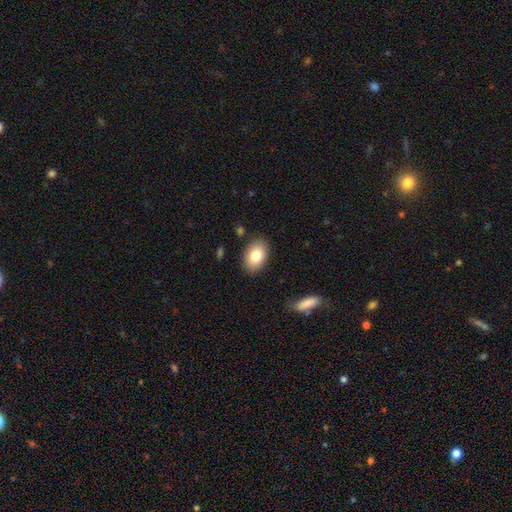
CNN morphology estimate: This appears to be a smooth galaxy with no disk features (82%) that is in between round and cigar-shaped (86%). Merging: none (86%).